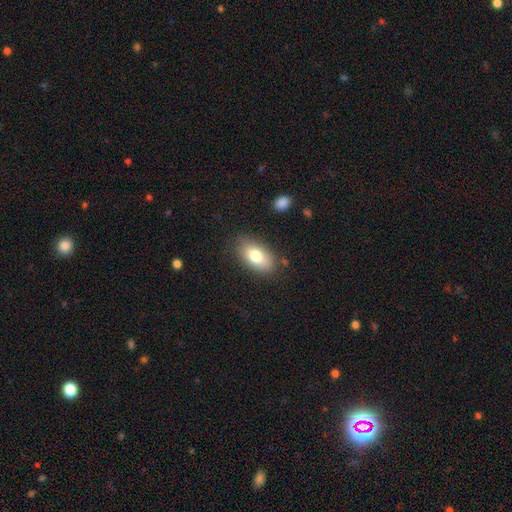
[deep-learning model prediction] The model was most divided on "smooth or featured": smooth: 77%, featured or disk: 16%, star or artifact: 8%. More confident: how rounded — in between (91%); merging — none (81%).